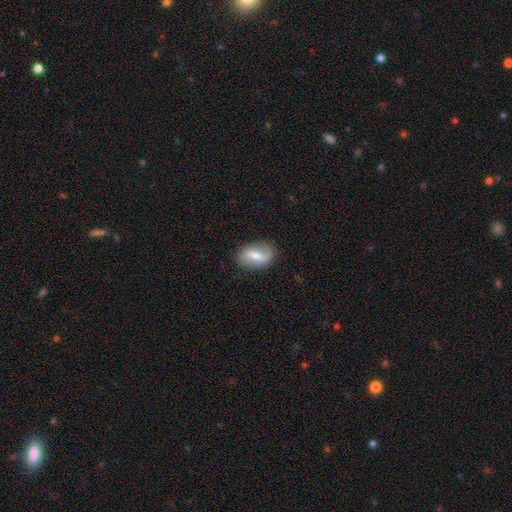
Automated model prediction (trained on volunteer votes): Smooth or featured: smooth — 54% (featured or disk — 39%)
How rounded: in between — 85% (round — 12%)
Merging: none — 81% (minor disturbance — 14%)